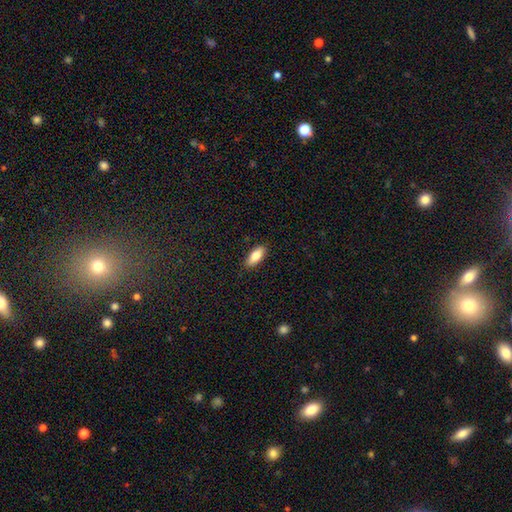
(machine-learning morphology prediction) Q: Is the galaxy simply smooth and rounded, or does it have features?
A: smooth — 82%.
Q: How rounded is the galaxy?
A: in between — 77%.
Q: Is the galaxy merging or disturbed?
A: none — 89%.